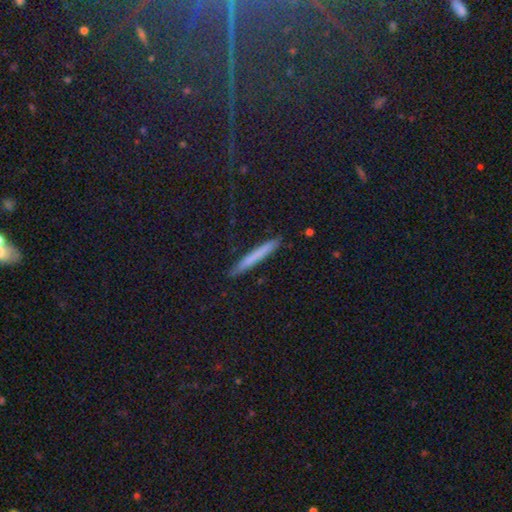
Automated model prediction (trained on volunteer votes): A smooth galaxy with no disk features (67%) that is cigar-shaped (96%).

Vote fractions:
- Smooth or featured? smooth: 67% / featured or disk: 21% / star or artifact: 12%
- How rounded? cigar-shaped: 96% / in between: 2% / round: 2%
- Merging? none: 91% / minor disturbance: 7% / major disturbance: 1% / merger: 1%